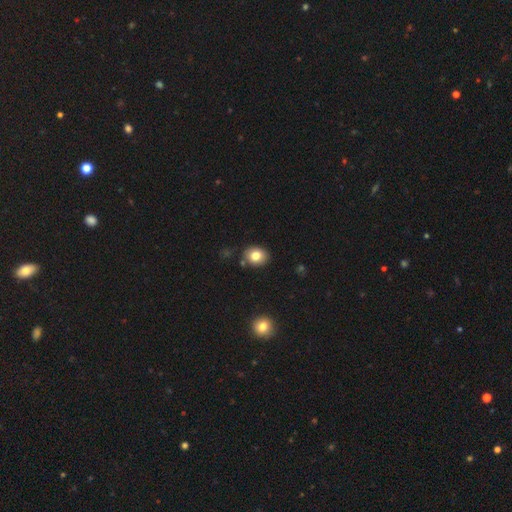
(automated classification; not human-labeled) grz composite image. It shows a smooth galaxy with no disk features (80%) that is round (54%). Merging: none (83%).